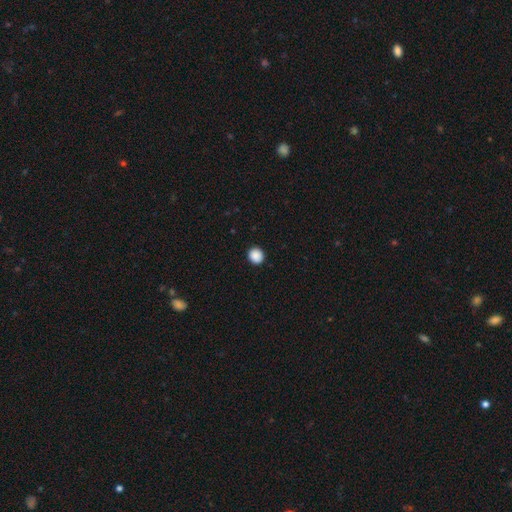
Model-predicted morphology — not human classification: smooth-or-featured: smooth: 89% | star or artifact: 9% | featured or disk: 2%
  how-rounded: round: 83% | in between: 16% | cigar-shaped: 1%
  merging: none: 92% | minor disturbance: 6% | major disturbance: 2% | merger: 1%